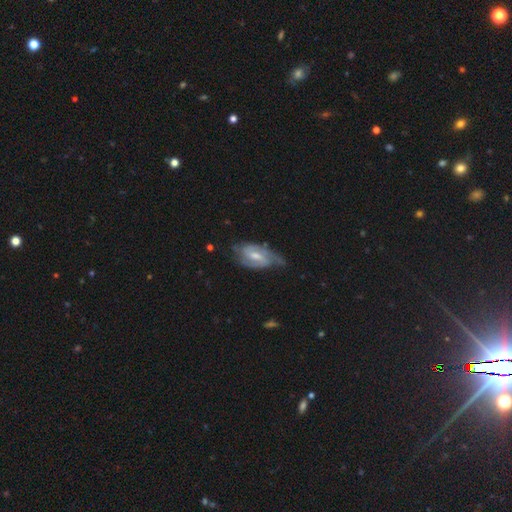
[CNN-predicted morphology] A featured or disk galaxy (81%) with a weak bar (58%), 2 (71%) medium (46%) spiral arms (94%) and a moderate central bulge (55%).

Vote fractions:
- Smooth or featured? featured or disk: 81% / smooth: 14% / star or artifact: 5%
- Edge-on disk? no: 96% / yes: 4%
- Bar? weak: 58% / no: 23% / strong: 19%
- Spiral arms? yes: 94% / no: 6%
- Spiral winding? medium: 46% / tight: 38% / loose: 16%
- Spiral arm count? 2: 71% / can't tell: 14% / 3: 8% / 1: 3% / 4: 2% / more than 4: 2%
- Bulge size? moderate: 55% / small: 32% / none: 7% / large: 5% / dominant: 1%
- Merging? none: 57% / minor disturbance: 28% / major disturbance: 13% / merger: 2%